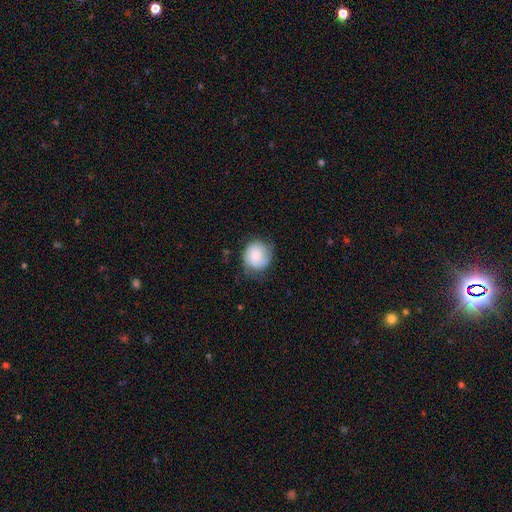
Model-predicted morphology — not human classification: This is likely a smooth galaxy (65%). How rounded: clearly round (80%). Merging: likely none (63%).